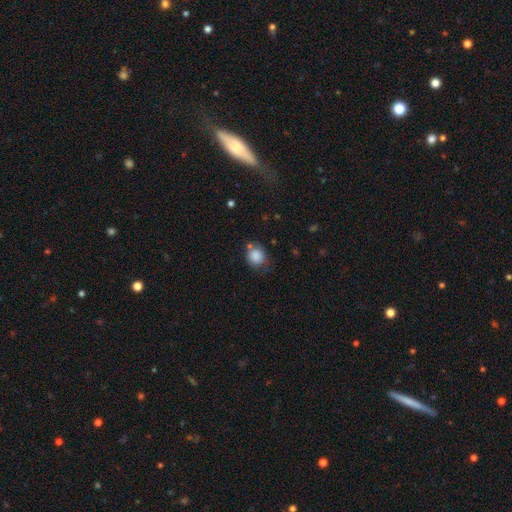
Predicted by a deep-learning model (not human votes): This is clearly a smooth galaxy (85%). How rounded: likely round (79%). Merging: likely none (63%).